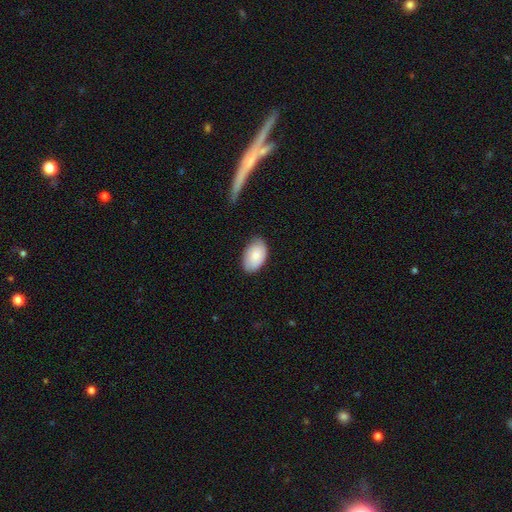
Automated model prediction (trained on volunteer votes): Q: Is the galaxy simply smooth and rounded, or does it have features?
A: smooth — 81%.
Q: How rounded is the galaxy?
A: in between — 93%.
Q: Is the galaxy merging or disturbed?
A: none — 76%.